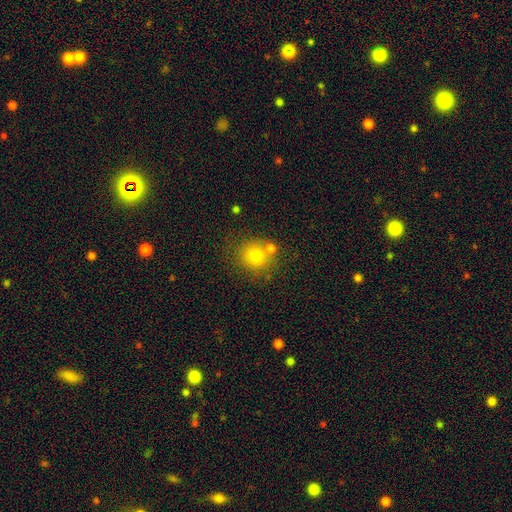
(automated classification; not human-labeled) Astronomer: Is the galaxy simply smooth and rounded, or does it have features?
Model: smooth — 77%.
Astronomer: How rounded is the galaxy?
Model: round — 88%.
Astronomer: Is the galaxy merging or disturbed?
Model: none — 65%.